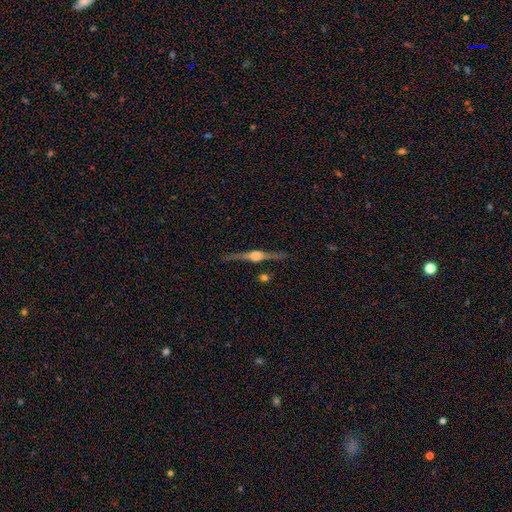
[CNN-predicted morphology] A featured or disk galaxy (87%) viewed edge-on (98%) with a rounded central bulge (91%).

Vote fractions:
- Smooth or featured? featured or disk: 87% / smooth: 7% / star or artifact: 6%
- Edge-on disk? yes: 98% / no: 2%
- Edge-on bulge? rounded: 91% / boxy: 7% / none: 2%
- Merging? none: 88% / minor disturbance: 8% / major disturbance: 2% / merger: 2%